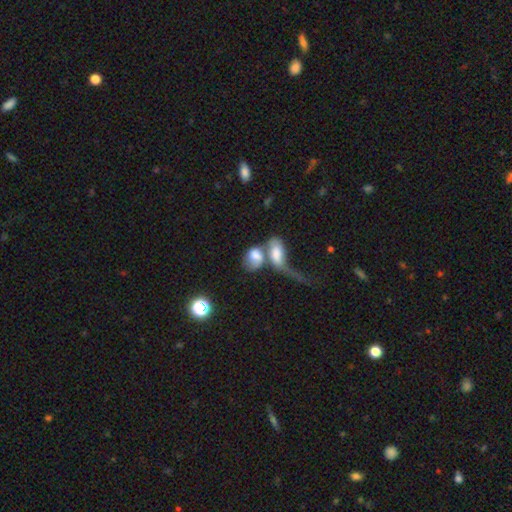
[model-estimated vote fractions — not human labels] Morphology: type=smooth (60%); roundness=in between (79%); merging=merger (73%).